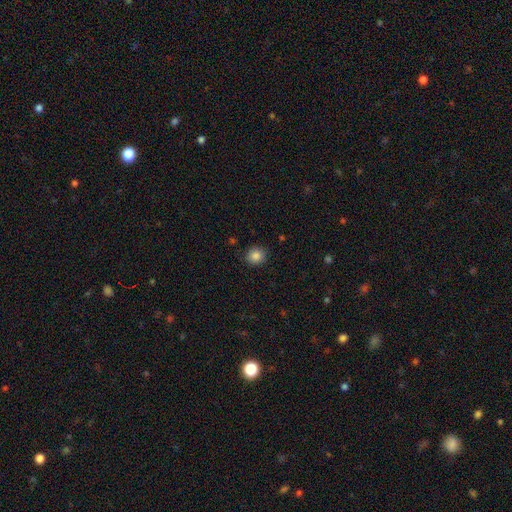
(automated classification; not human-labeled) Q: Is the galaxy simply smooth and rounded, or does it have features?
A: smooth — 86%.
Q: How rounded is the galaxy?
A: round — 85%.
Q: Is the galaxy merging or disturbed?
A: none — 89%.